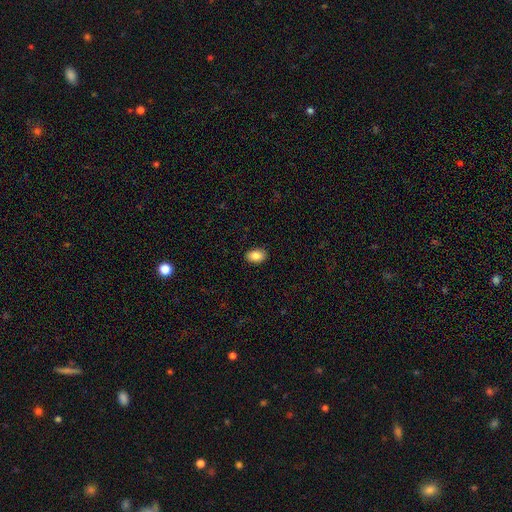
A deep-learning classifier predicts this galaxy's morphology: smooth 87%, star or artifact 8%, featured or disk 6%. Down the decision tree: how rounded — in between (87%); merging — none (89%).